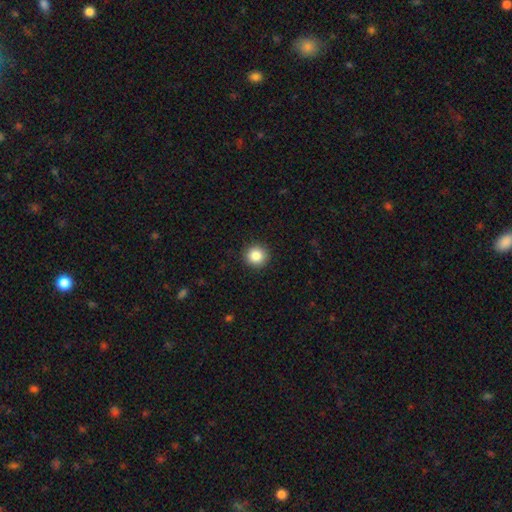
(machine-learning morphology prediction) smooth-or-featured: smooth: 85% | star or artifact: 10% | featured or disk: 5%
  how-rounded: round: 94% | in between: 5% | cigar-shaped: 1%
  merging: none: 92% | minor disturbance: 5% | major disturbance: 2% | merger: 1%